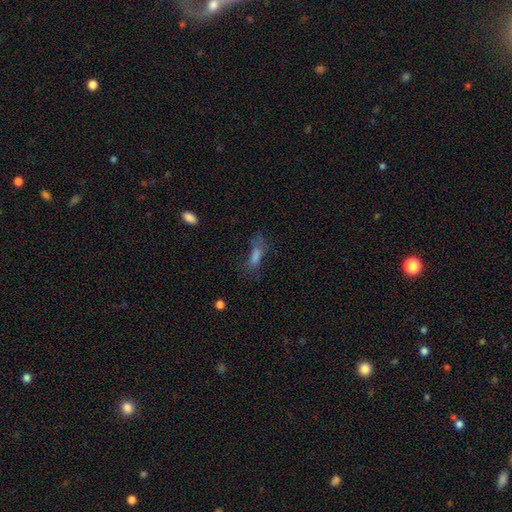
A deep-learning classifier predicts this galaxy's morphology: Q: Smooth or featured?
A: smooth (59%); runner-up: featured or disk (24%)
Q: How rounded?
A: in between (54%); runner-up: cigar-shaped (42%)
Q: Merging?
A: none (46%); runner-up: major disturbance (25%)